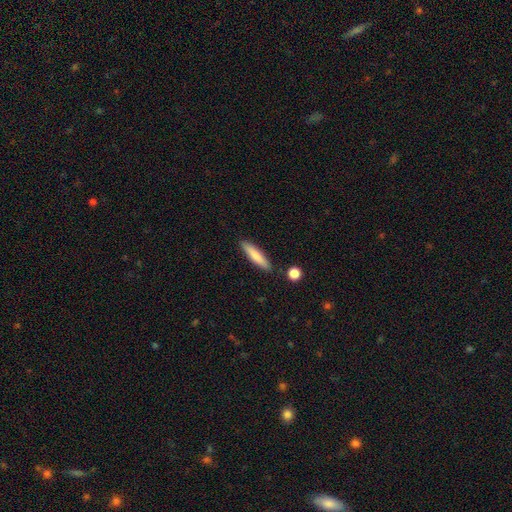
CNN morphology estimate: The model was most divided on "smooth or featured": smooth: 76%, featured or disk: 19%, star or artifact: 6%. More confident: merging — none (87%); how rounded — cigar-shaped (84%).